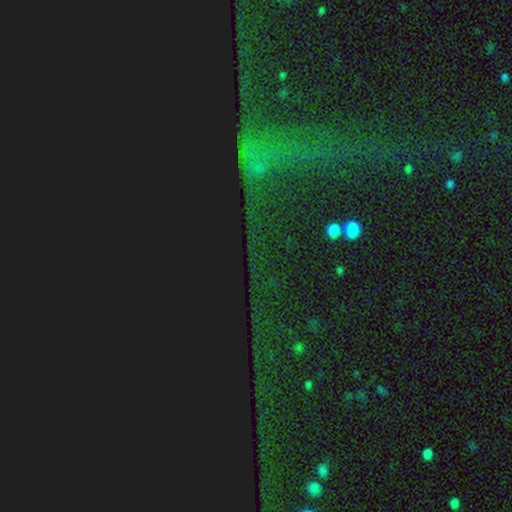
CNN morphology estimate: type=star or artifact (82%).